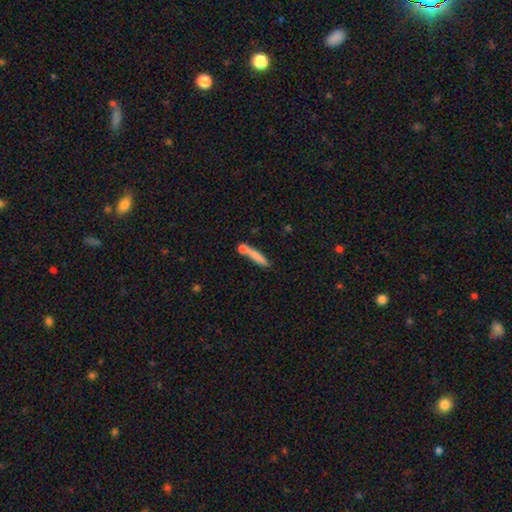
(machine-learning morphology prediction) Smooth or featured? smooth (74%)
How rounded? cigar-shaped (87%)
Merging? none (52%)